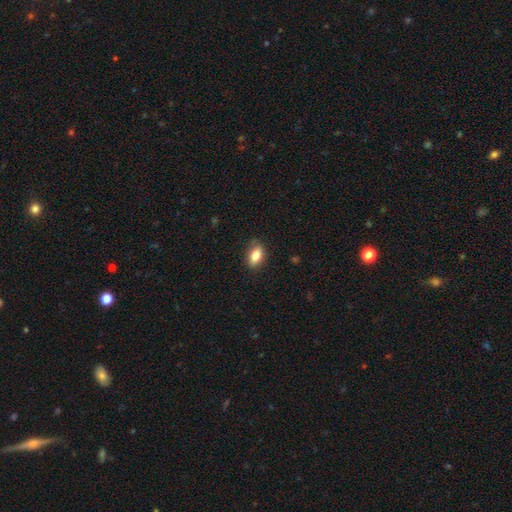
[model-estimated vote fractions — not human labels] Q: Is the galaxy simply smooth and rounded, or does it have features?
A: smooth — 81%.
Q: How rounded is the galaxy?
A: in between — 86%.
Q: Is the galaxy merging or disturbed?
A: none — 83%.